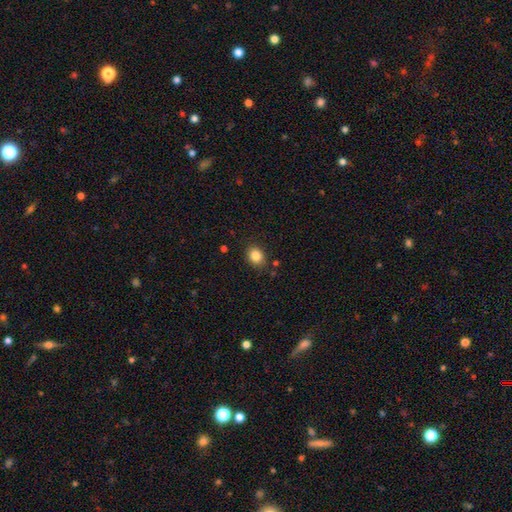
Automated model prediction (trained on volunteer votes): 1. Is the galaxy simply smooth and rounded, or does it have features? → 85% smooth, 10% star or artifact, 5% featured or disk.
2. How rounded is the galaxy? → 56% round, 43% in between, 1% cigar-shaped.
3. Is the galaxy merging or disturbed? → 84% none, 11% minor disturbance, 3% major disturbance, 2% merger.